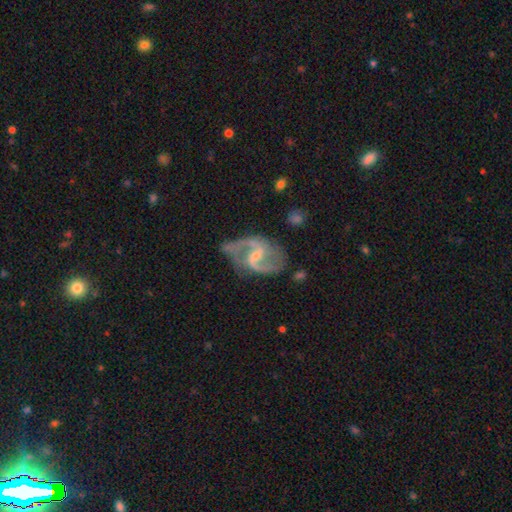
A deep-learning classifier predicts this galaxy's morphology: Smooth or featured? featured or disk (91%)
Edge-on disk? no (98%)
Bar? weak (55%)
Spiral arms? yes (97%)
Spiral winding? medium (53%)
Spiral arm count? 2 (92%)
Bulge size? small (65%)
Merging? none (63%)